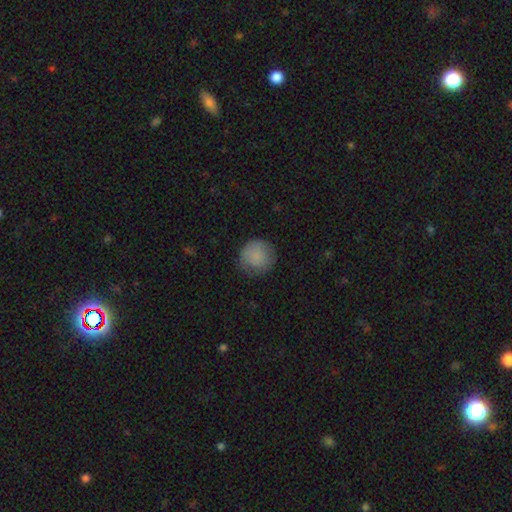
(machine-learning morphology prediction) A smooth galaxy with no disk features (82%) that is round (92%). Merging: none (72%).